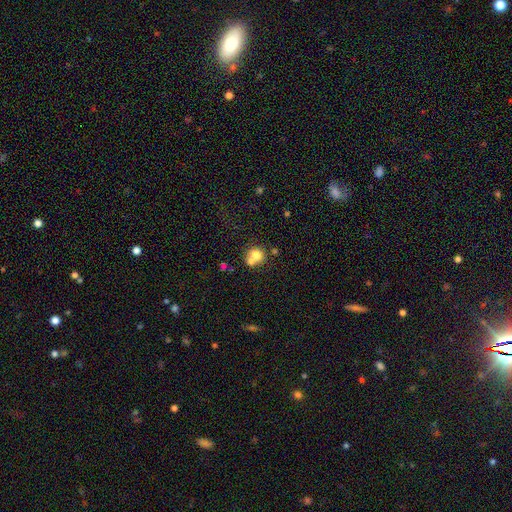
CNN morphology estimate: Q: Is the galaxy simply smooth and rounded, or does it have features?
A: smooth — 73%.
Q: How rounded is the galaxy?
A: round — 81%.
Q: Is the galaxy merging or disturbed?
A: merger — 47%.